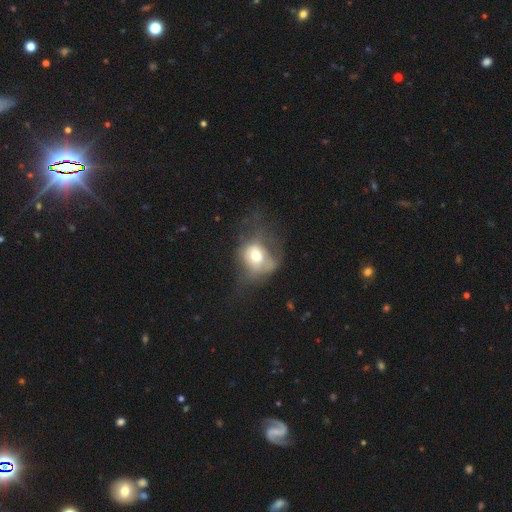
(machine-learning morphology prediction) Smooth or featured: smooth — 56% (featured or disk — 32%)
How rounded: round — 64% (in between — 35%)
Merging: major disturbance — 43% (none — 30%)